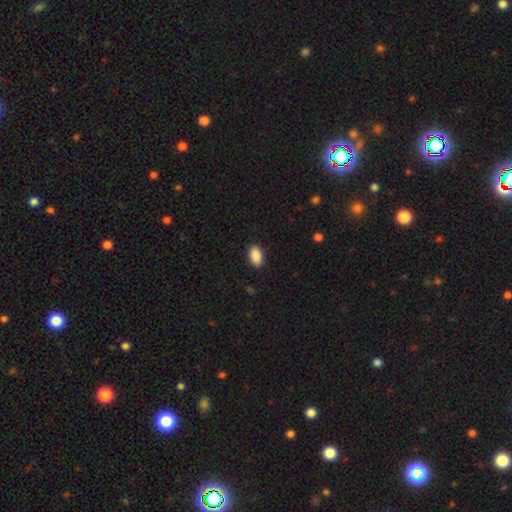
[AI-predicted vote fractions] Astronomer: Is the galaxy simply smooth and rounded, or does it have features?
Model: smooth — 90%.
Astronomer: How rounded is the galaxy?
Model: in between — 94%.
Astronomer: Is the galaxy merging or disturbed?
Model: none — 90%.